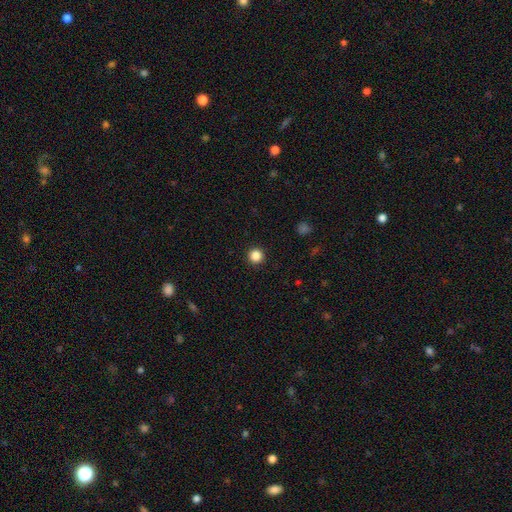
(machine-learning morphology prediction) The model was most divided on "smooth or featured": smooth: 86%, star or artifact: 11%, featured or disk: 3%. More confident: how rounded — round (96%); merging — none (93%).